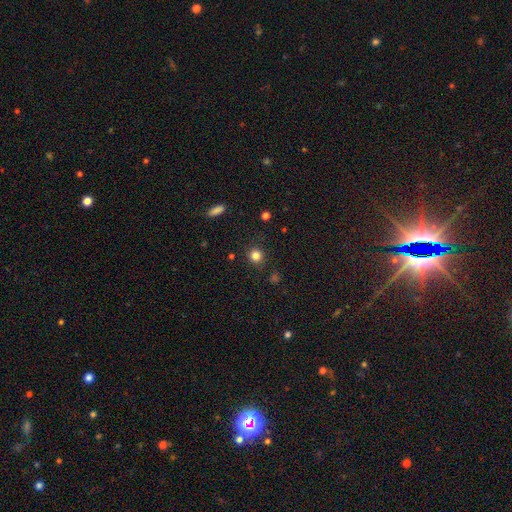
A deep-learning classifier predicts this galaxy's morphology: smooth 82%, star or artifact 13%, featured or disk 5%. Down the decision tree: how rounded — round (92%); merging — none (88%).